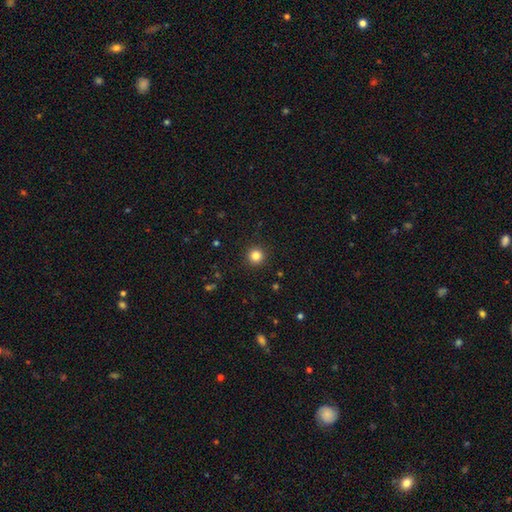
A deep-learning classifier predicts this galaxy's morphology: type=smooth (82%); roundness=round (95%); merging=none (92%).